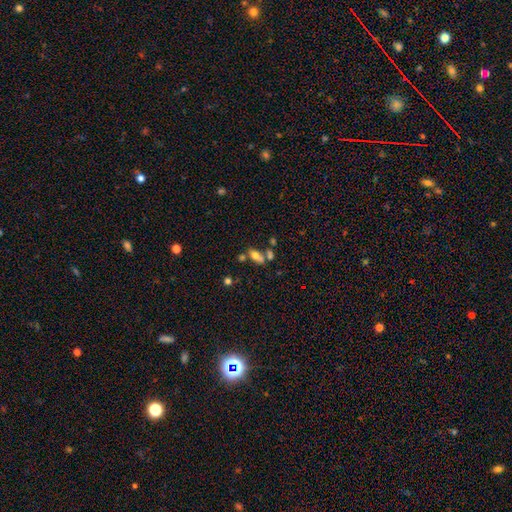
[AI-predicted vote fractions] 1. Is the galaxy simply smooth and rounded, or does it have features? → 63% smooth, 24% featured or disk, 13% star or artifact.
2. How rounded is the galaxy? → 80% in between, 11% round, 10% cigar-shaped.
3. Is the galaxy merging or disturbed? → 41% merger, 39% none, 12% minor disturbance, 7% major disturbance.